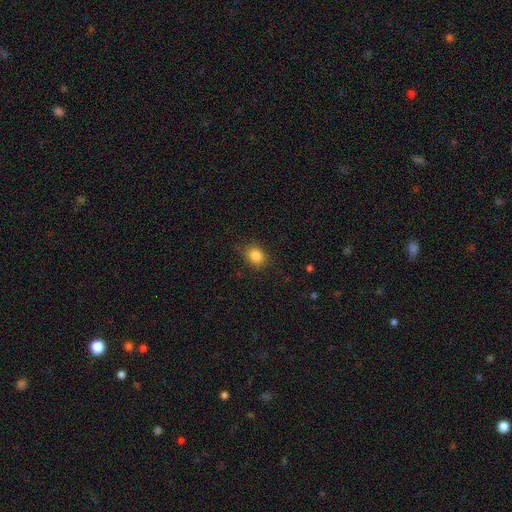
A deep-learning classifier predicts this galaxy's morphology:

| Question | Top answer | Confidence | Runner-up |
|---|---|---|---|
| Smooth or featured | smooth | 85% | star or artifact (10%) |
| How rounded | in between | 52% | round (47%) |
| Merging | none | 81% | minor disturbance (14%) |